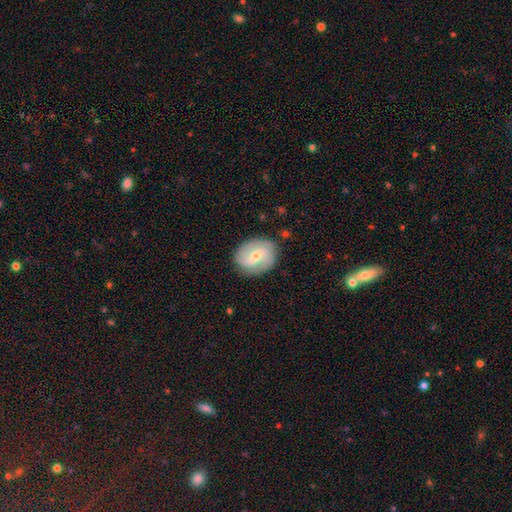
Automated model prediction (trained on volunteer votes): Smooth or featured? Predicted: featured or disk (p=0.75). Edge-on disk? Predicted: no (p=0.97). Bar? Predicted: weak (p=0.49). Spiral arms? Predicted: yes (p=0.92). Spiral winding? Predicted: medium (p=0.42). Spiral arm count? Predicted: 2 (p=0.66). Bulge size? Predicted: small (p=0.57). Merging? Predicted: none (p=0.79).